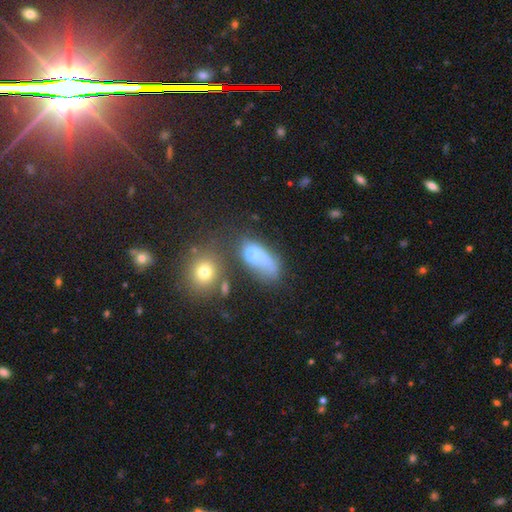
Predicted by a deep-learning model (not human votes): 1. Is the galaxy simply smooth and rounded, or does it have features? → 64% smooth, 19% featured or disk, 17% star or artifact.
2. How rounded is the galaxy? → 70% in between, 20% round, 10% cigar-shaped.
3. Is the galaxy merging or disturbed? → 31% none, 28% merger, 23% major disturbance, 18% minor disturbance.